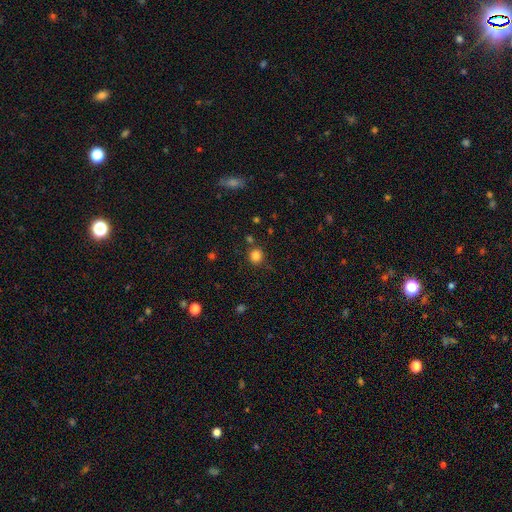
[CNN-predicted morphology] Smooth or featured? smooth (83%)
How rounded? round (90%)
Merging? none (83%)